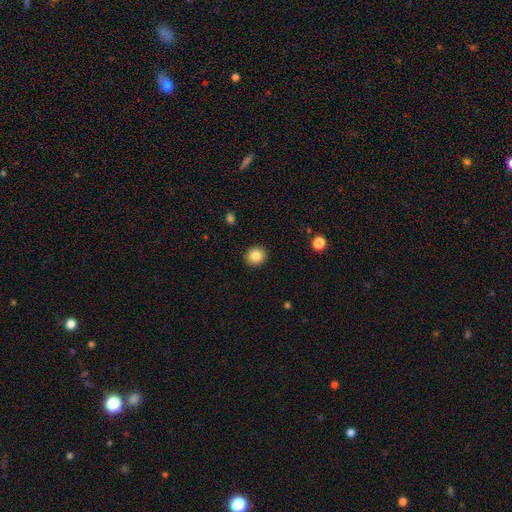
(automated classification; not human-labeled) A smooth galaxy with no disk features (86%) that is round (84%). Merging: none (91%).